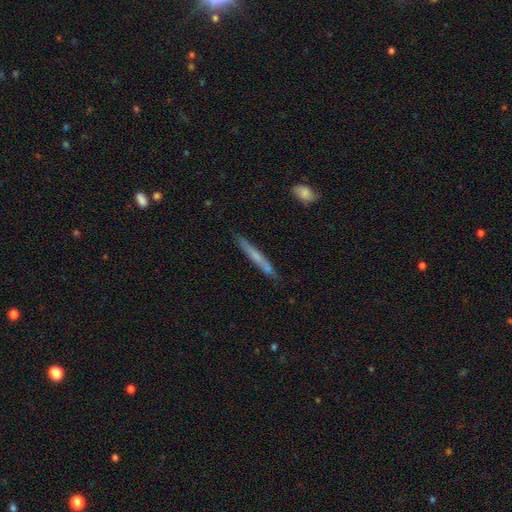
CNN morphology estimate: This is possibly a smooth galaxy (59%). How rounded: clearly cigar-shaped (95%). Merging: clearly none (81%).